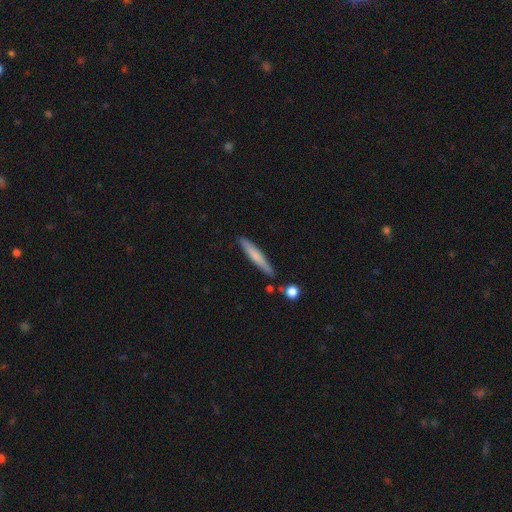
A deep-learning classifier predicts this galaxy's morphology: smooth-or-featured: smooth: 67% | featured or disk: 27% | star or artifact: 6%
  how-rounded: cigar-shaped: 93% | in between: 5% | round: 1%
  merging: none: 81% | minor disturbance: 12% | merger: 4% | major disturbance: 2%